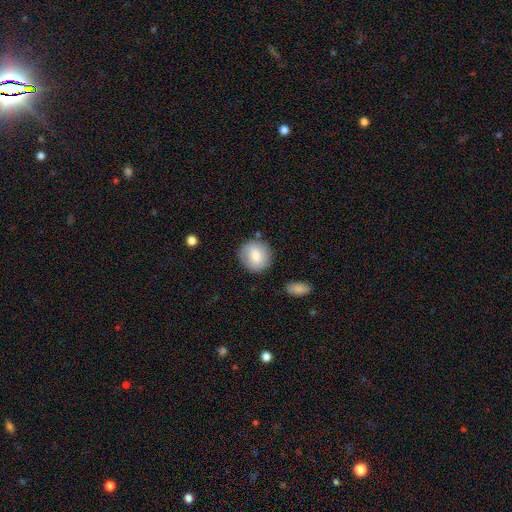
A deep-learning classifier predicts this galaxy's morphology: A smooth galaxy with no disk features (78%) that is round (87%).

Vote fractions:
- Smooth or featured? smooth: 78% / featured or disk: 15% / star or artifact: 7%
- How rounded? round: 87% / in between: 12% / cigar-shaped: 1%
- Merging? none: 80% / minor disturbance: 12% / merger: 4% / major disturbance: 3%